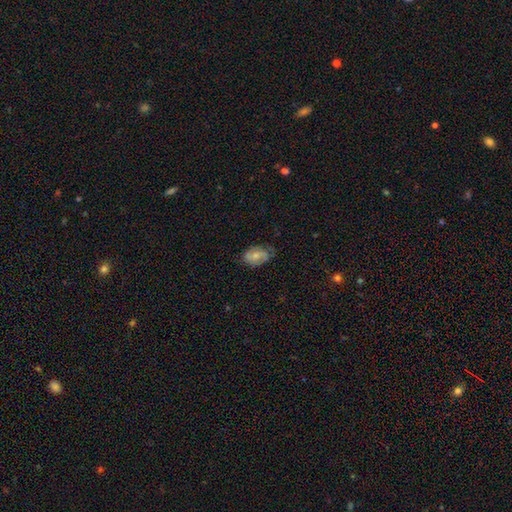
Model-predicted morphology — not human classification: Smooth or featured: smooth — 48% (featured or disk — 44%)
Merging: none — 66% (minor disturbance — 25%)